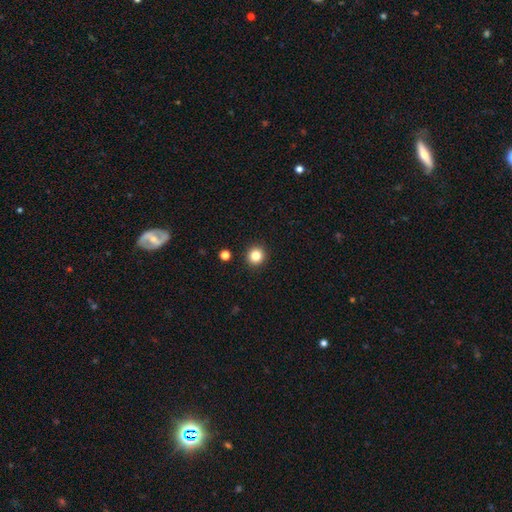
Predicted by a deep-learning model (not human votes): A smooth galaxy with no disk features (83%) that is round (94%). Merging: none (92%).